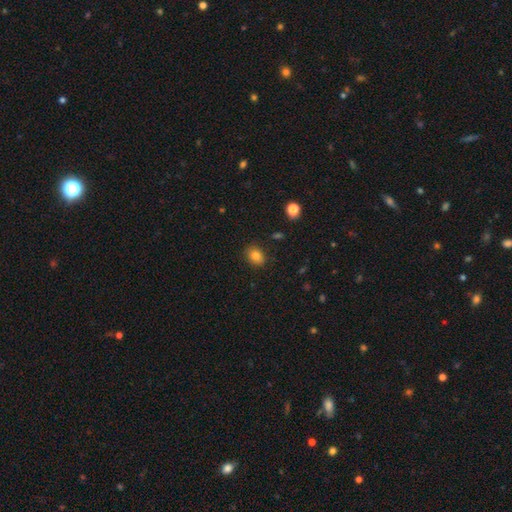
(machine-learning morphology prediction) The model was most divided on "how rounded": in between: 58%, round: 41%, cigar-shaped: 1%. More confident: merging — none (85%); smooth or featured — smooth (83%).